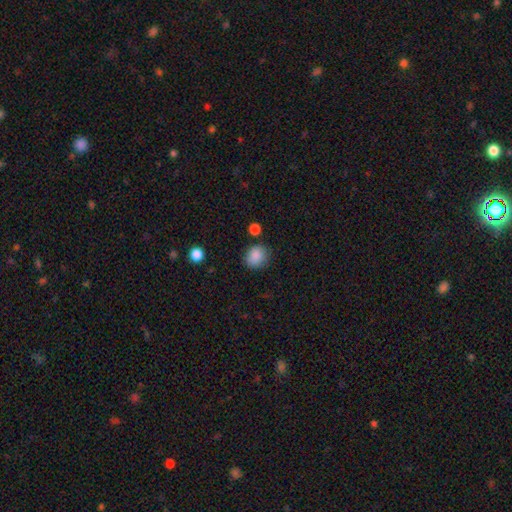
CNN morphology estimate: Smooth or featured?
  - smooth: 87% *
  - star or artifact: 9%
  - featured or disk: 4%
How rounded?
  - round: 73% *
  - in between: 26%
  - cigar-shaped: 1%
Merging?
  - none: 76% *
  - minor disturbance: 16%
  - major disturbance: 4%
  - merger: 4%